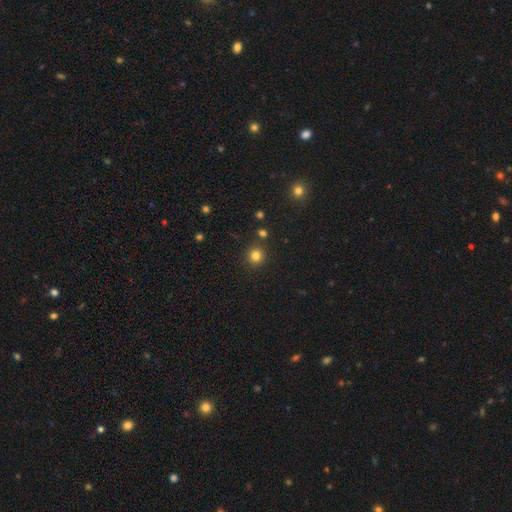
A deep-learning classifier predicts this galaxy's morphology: Smooth or featured?
  - smooth: 81% *
  - star or artifact: 14%
  - featured or disk: 5%
How rounded?
  - round: 92% *
  - in between: 7%
  - cigar-shaped: 1%
Merging?
  - none: 88% *
  - minor disturbance: 6%
  - merger: 4%
  - major disturbance: 2%